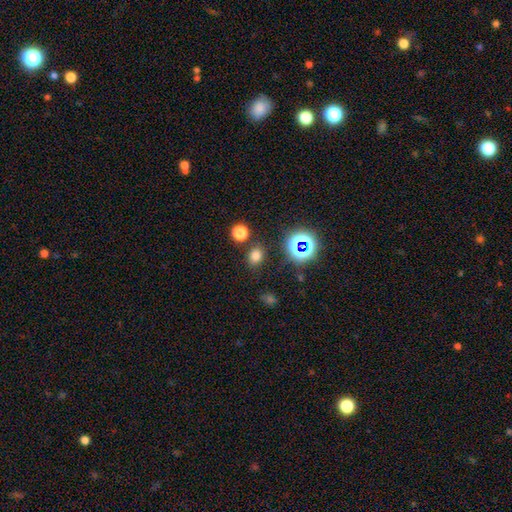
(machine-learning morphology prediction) smooth_or_featured: smooth (p=0.72) [alt: star or artifact p=0.22]
how_rounded: round (p=0.59) [alt: in between p=0.40]
merging: none (p=0.82) [alt: minor disturbance p=0.09]